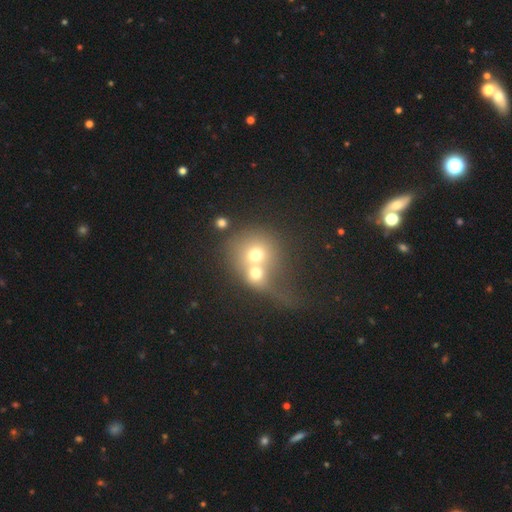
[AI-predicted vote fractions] smooth_or_featured: smooth (p=0.60) [alt: featured or disk p=0.27]
how_rounded: round (p=0.79) [alt: in between p=0.20]
merging: merger (p=0.75) [alt: none p=0.14]